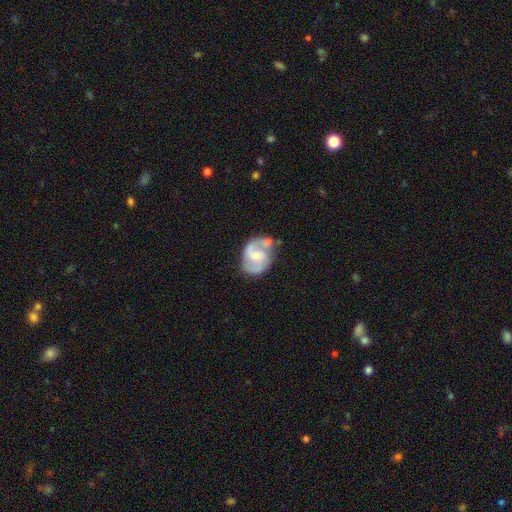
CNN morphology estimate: The model was most divided on "bulge size": small: 53%, moderate: 40%, none: 4%, large: 2%, dominant: 1%. More confident: edge-on disk — no (98%); spiral arms — yes (95%); spiral arm count — 2 (89%); smooth or featured — featured or disk (83%); spiral winding — medium (58%); merging — none (57%); bar — weak (50%).